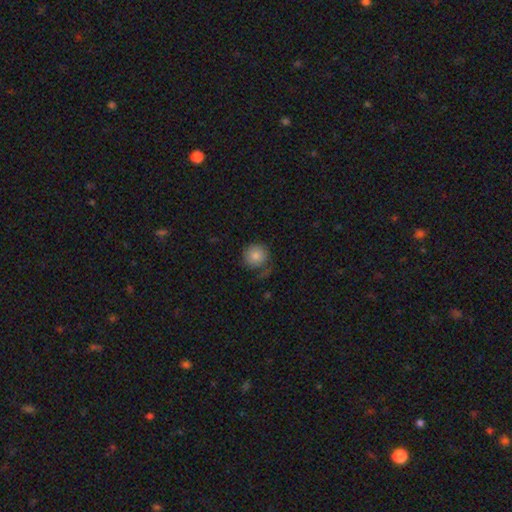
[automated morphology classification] type=smooth (84%); roundness=round (92%); merging=none (66%).